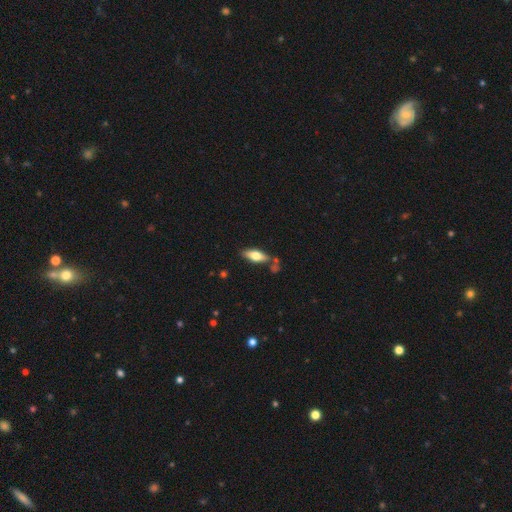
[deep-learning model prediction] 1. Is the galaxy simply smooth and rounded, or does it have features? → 67% smooth, 27% featured or disk, 6% star or artifact.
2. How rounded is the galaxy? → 69% in between, 28% cigar-shaped, 3% round.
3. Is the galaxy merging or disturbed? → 70% none, 15% minor disturbance, 10% merger, 4% major disturbance.